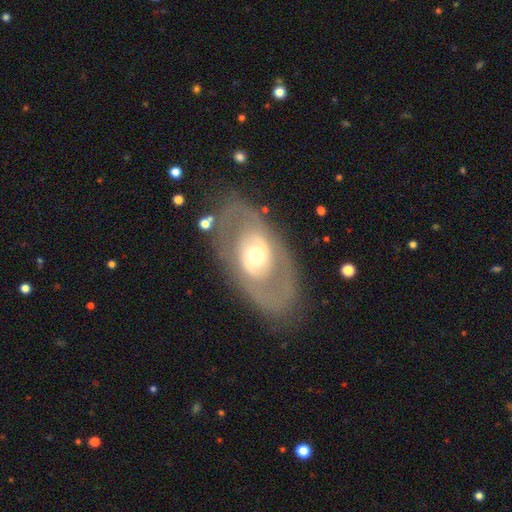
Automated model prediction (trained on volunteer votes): Smooth or featured: featured or disk — 68% (smooth — 27%)
Edge-on disk: no — 90% (yes — 10%)
Bar: no — 72% (weak — 19%)
Spiral arms: no — 73% (yes — 27%)
Bulge size: moderate — 65% (small — 16%)
Merging: none — 76% (minor disturbance — 13%)